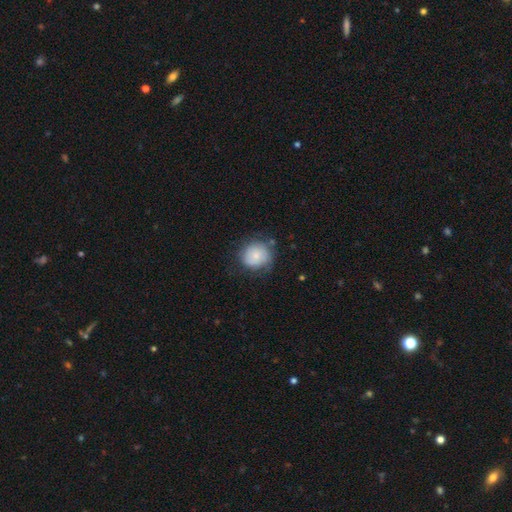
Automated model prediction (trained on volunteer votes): Smooth or featured? smooth (70%)
How rounded? round (86%)
Merging? none (65%)